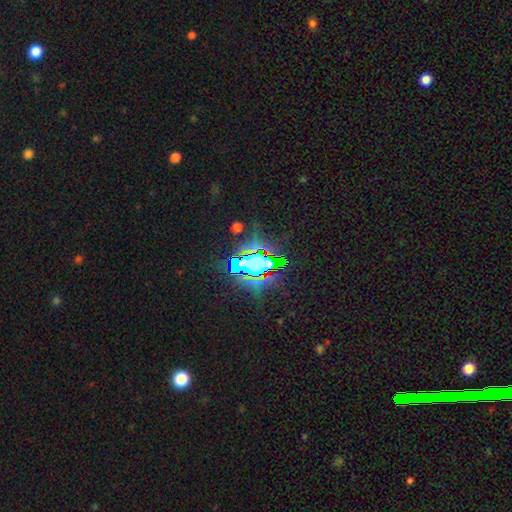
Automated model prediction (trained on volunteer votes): Morphology: type=star or artifact (79%).